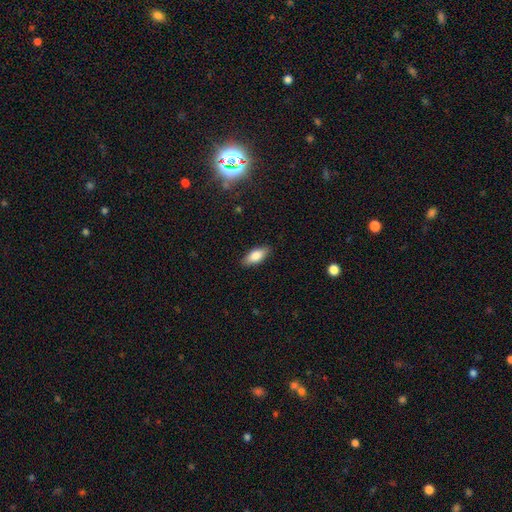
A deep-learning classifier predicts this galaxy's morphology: Smooth or featured?
  - smooth: 81% *
  - featured or disk: 12%
  - star or artifact: 7%
How rounded?
  - in between: 82% *
  - cigar-shaped: 16%
  - round: 2%
Merging?
  - none: 87% *
  - minor disturbance: 10%
  - major disturbance: 2%
  - merger: 1%